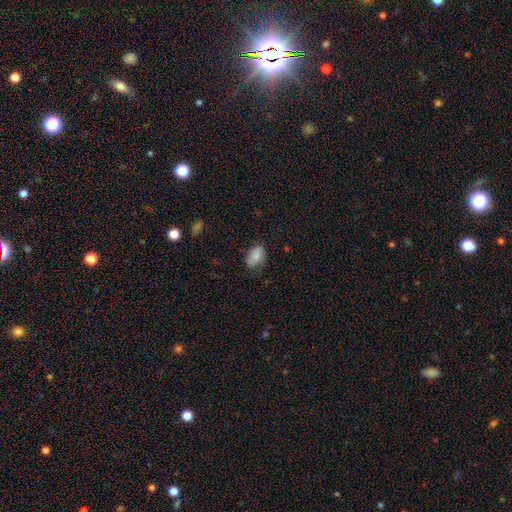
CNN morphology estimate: Smooth or featured?
  - smooth: 76% *
  - featured or disk: 16%
  - star or artifact: 8%
How rounded?
  - in between: 89% *
  - round: 10%
  - cigar-shaped: 2%
Merging?
  - none: 62% *
  - minor disturbance: 29%
  - major disturbance: 8%
  - merger: 1%